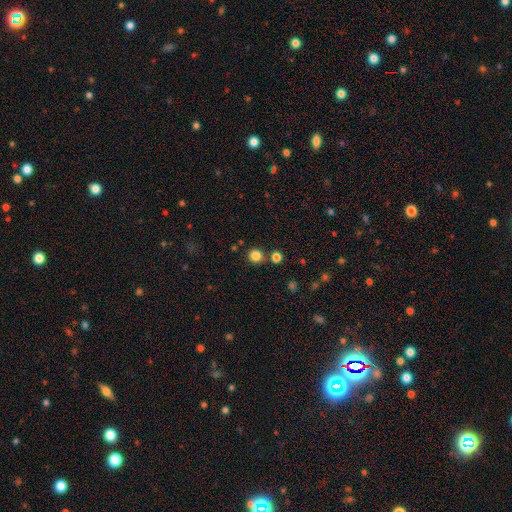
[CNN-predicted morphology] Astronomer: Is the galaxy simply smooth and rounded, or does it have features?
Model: smooth — 82%.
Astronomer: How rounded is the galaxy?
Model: round — 93%.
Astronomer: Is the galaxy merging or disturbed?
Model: none — 81%.